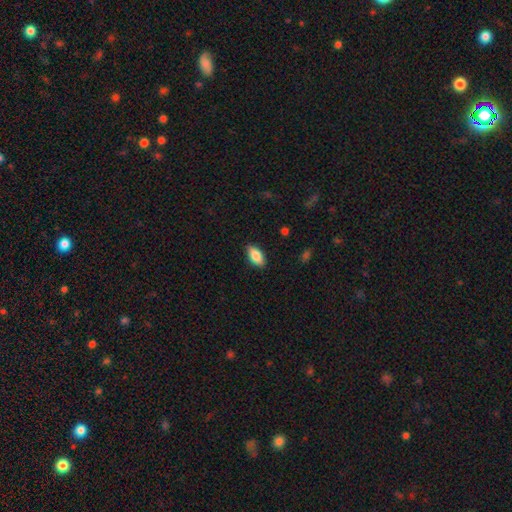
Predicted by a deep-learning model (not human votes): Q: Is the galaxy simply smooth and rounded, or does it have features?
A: smooth — 83%.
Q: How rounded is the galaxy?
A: in between — 89%.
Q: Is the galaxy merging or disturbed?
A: none — 87%.